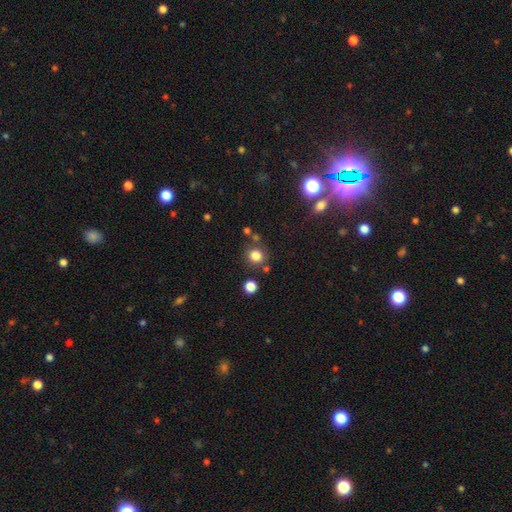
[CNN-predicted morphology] smooth 81%, star or artifact 13%, featured or disk 6%. Down the decision tree: how rounded — round (88%); merging — none (77%).